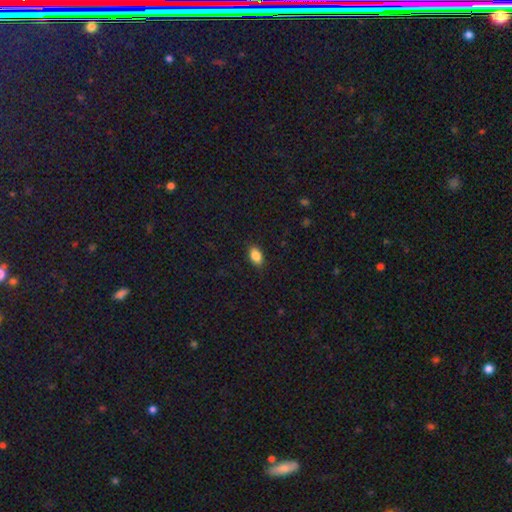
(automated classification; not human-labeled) Smooth or featured? Predicted: smooth (p=0.86). How rounded? Predicted: in between (p=0.89). Merging? Predicted: none (p=0.87).